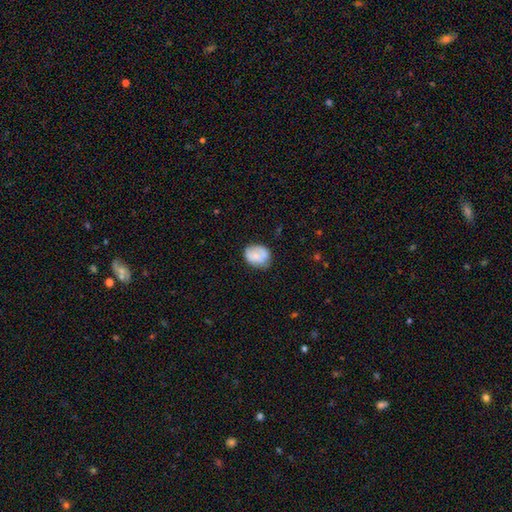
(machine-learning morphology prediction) Smooth or featured?
  - smooth: 66% *
  - featured or disk: 27%
  - star or artifact: 7%
How rounded?
  - in between: 52% *
  - round: 47%
  - cigar-shaped: 1%
Merging?
  - none: 63% *
  - minor disturbance: 28%
  - major disturbance: 7%
  - merger: 2%